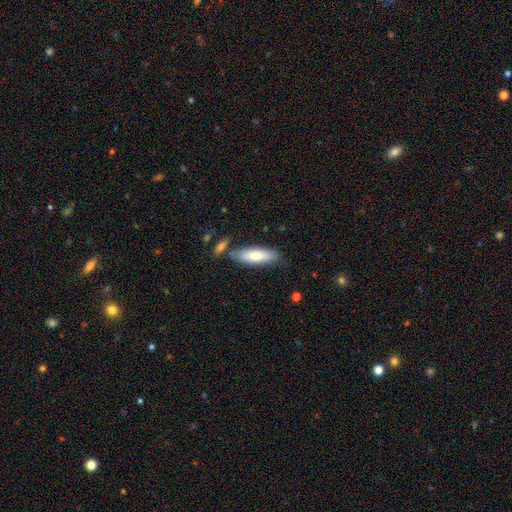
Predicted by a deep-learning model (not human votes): This appears to be a smooth galaxy with no disk features (73%) that is cigar-shaped (54%). Merging: none (74%).